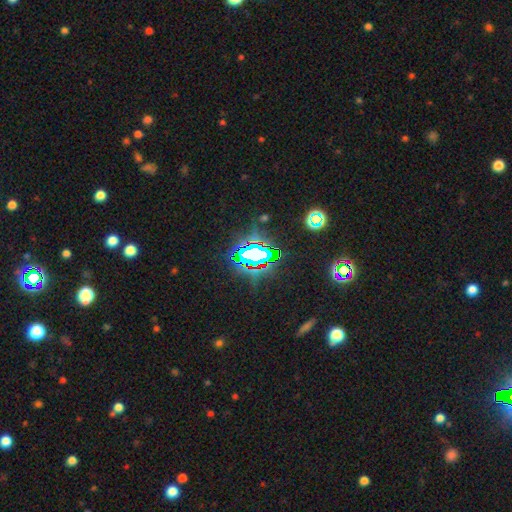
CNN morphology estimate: Smooth or featured?
  - star or artifact: 70% *
  - smooth: 17%
  - featured or disk: 13%